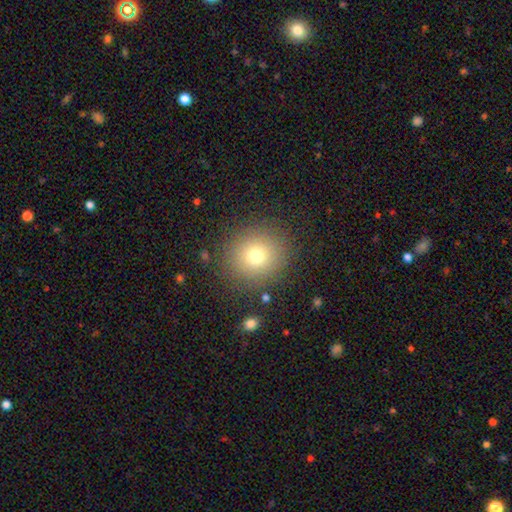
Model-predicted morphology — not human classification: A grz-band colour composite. It shows a smooth galaxy with no disk features (73%) that is round (87%). Merging: none (85%).